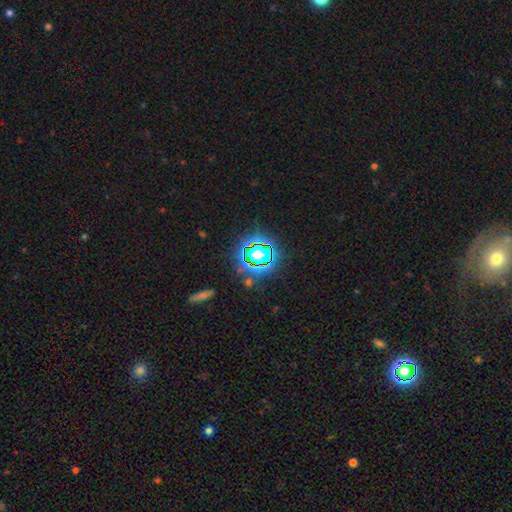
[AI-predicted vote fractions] Smooth or featured: star or artifact — 67% (smooth — 20%)